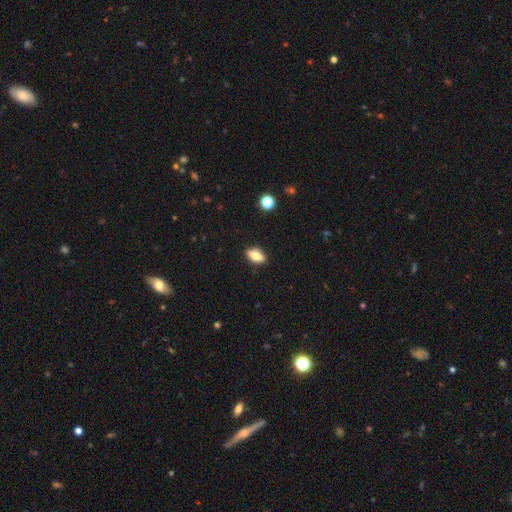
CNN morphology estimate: Smooth or featured? smooth (65%)
How rounded? in between (80%)
Merging? none (88%)